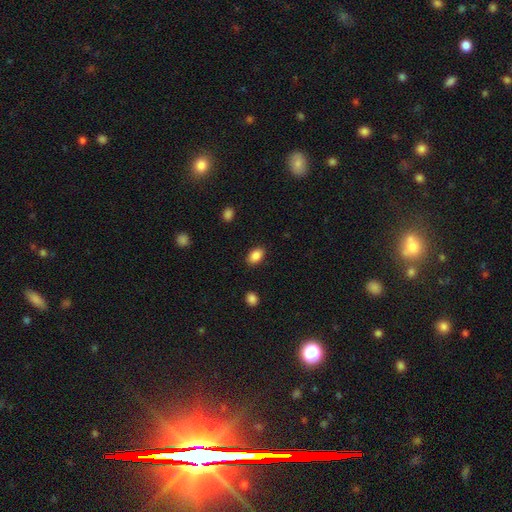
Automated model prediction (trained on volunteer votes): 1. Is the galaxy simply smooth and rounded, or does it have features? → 88% smooth, 8% star or artifact, 4% featured or disk.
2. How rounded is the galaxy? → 87% in between, 11% round, 1% cigar-shaped.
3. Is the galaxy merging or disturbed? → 87% none, 9% minor disturbance, 3% major disturbance, 1% merger.